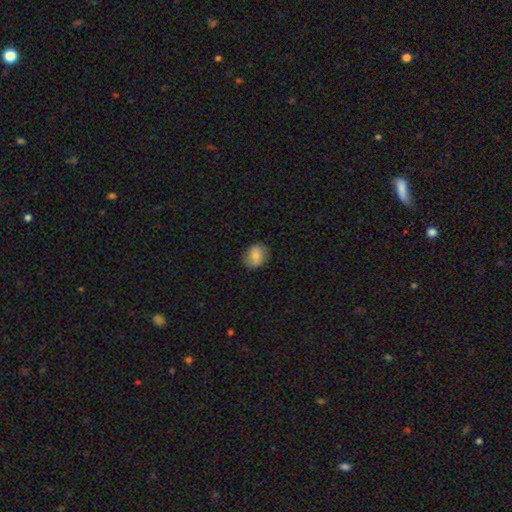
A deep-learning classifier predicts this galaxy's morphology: type=smooth (78%); roundness=round (58%); merging=none (78%).